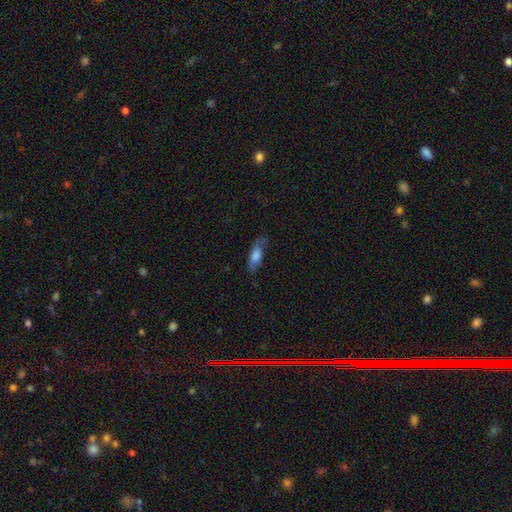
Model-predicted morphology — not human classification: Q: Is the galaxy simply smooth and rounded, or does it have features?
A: smooth — 69%.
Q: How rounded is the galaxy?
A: in between — 66%.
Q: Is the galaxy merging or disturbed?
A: none — 62%.